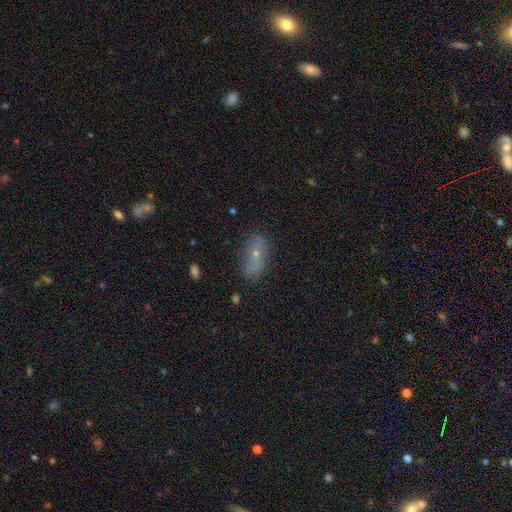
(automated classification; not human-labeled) The model was most divided on "smooth or featured": smooth: 54%, featured or disk: 32%, star or artifact: 14%. More confident: how rounded — in between (76%); merging — none (67%).